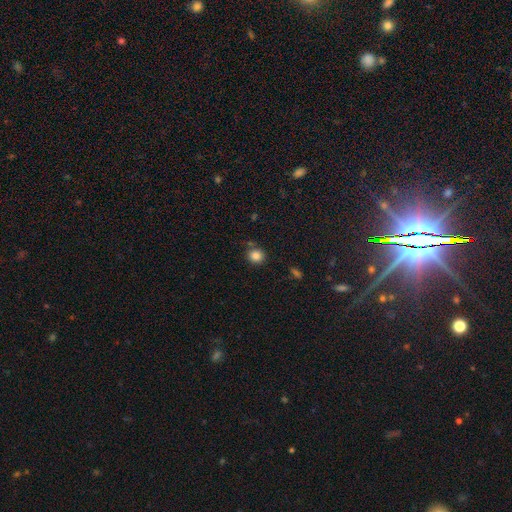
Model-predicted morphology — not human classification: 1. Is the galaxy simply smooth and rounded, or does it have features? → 85% smooth, 11% star or artifact, 4% featured or disk.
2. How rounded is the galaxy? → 83% round, 16% in between, 1% cigar-shaped.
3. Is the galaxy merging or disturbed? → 78% none, 12% minor disturbance, 6% merger, 4% major disturbance.